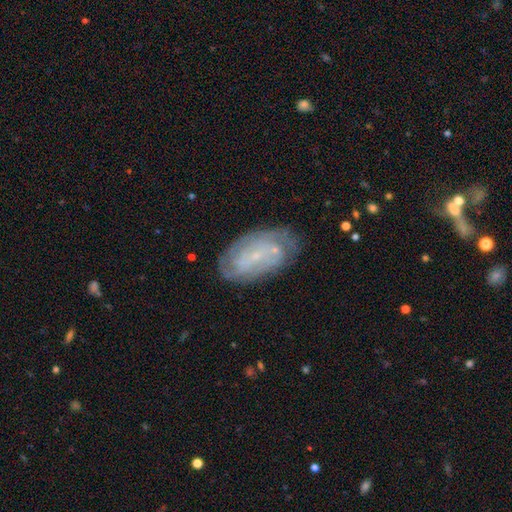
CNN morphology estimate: Overall: featured or disk (71%). Edge-on disk: no (95%). Bar: no (53%; weak 36%). Spiral arms: yes (85%). Spiral arm count: can't tell (48%; 2 21%). Spiral winding: tight (62%; medium 28%). Bulge size: small (79%). Merging: none (74%).